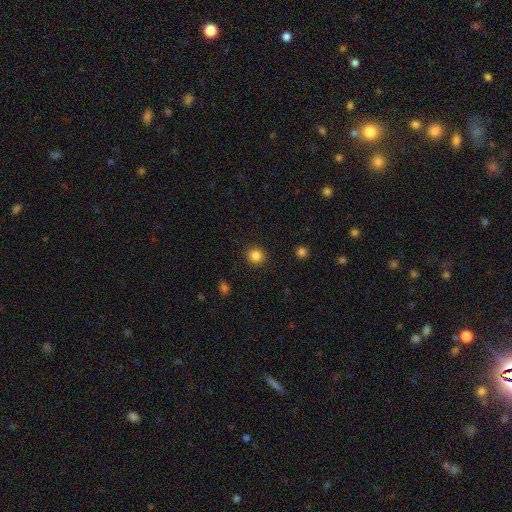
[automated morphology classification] A smooth galaxy with no disk features (85%) that is round (90%). Merging: none (91%).